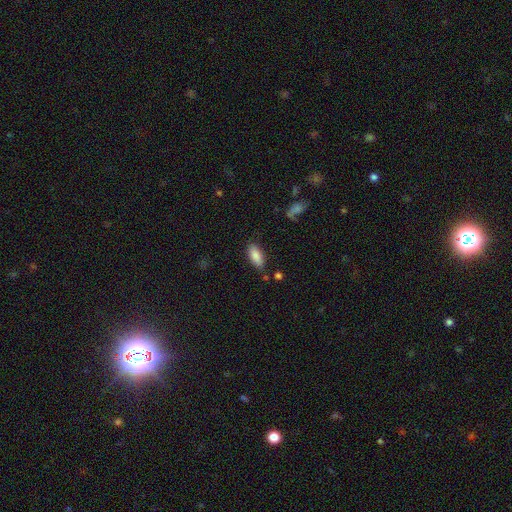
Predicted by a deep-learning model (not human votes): Overall: smooth (86%). How rounded: in between (87%). Merging: none (80%).